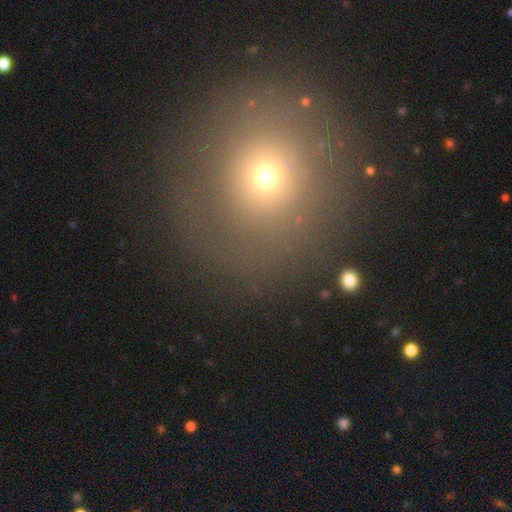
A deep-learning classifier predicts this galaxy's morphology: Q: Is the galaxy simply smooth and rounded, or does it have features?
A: smooth — 63%.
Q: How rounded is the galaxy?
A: round — 92%.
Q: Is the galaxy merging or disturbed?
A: none — 87%.